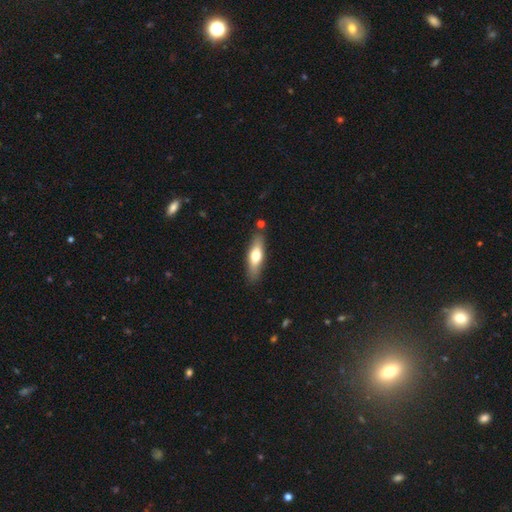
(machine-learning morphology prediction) smooth_or_featured: smooth (p=0.58) [alt: featured or disk p=0.36]
how_rounded: cigar-shaped (p=0.55) [alt: in between p=0.42]
merging: none (p=0.84) [alt: minor disturbance p=0.11]